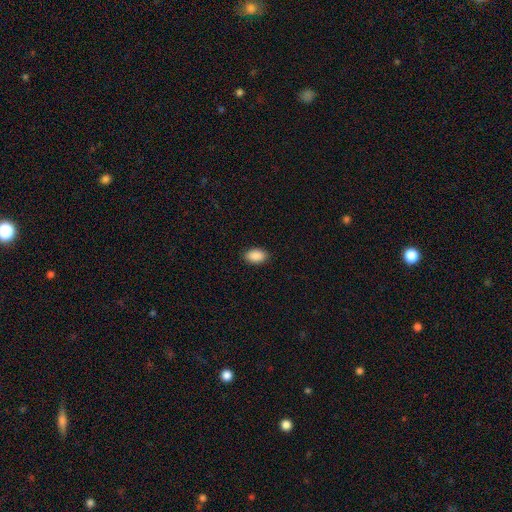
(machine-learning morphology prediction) Q: Smooth or featured?
A: smooth (90%); runner-up: star or artifact (7%)
Q: How rounded?
A: in between (91%); runner-up: round (8%)
Q: Merging?
A: none (90%); runner-up: minor disturbance (7%)